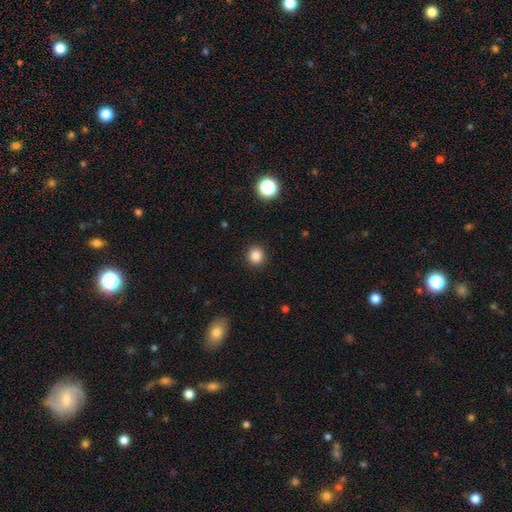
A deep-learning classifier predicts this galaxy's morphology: Overall: smooth (85%). How rounded: round (87%). Merging: none (91%).